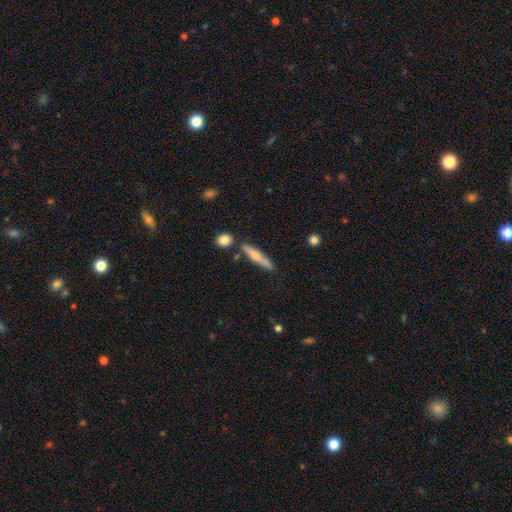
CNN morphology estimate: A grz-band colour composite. It shows a smooth galaxy with no disk features (57%) that is cigar-shaped (87%). Merging: none (75%).